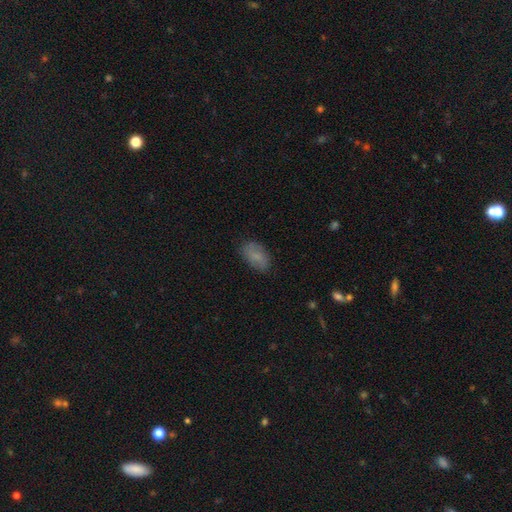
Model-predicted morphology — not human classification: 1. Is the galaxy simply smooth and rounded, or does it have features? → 76% smooth, 16% featured or disk, 8% star or artifact.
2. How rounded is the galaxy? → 92% in between, 5% round, 3% cigar-shaped.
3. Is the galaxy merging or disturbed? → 80% none, 15% minor disturbance, 4% major disturbance, 1% merger.